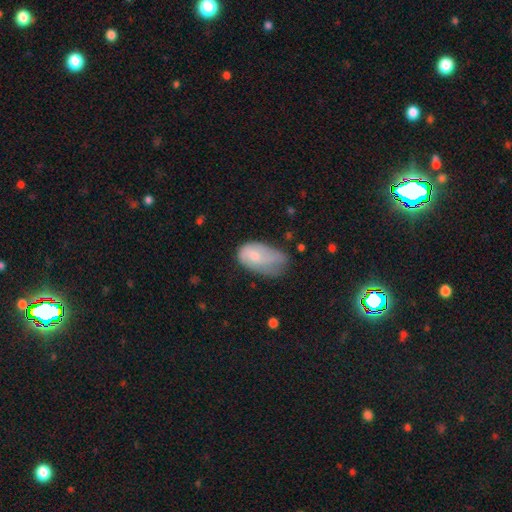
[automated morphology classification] smooth_or_featured: smooth (p=0.65) [alt: featured or disk p=0.28]
how_rounded: in between (p=0.92) [alt: round p=0.06]
merging: minor disturbance (p=0.42) [alt: major disturbance p=0.33]